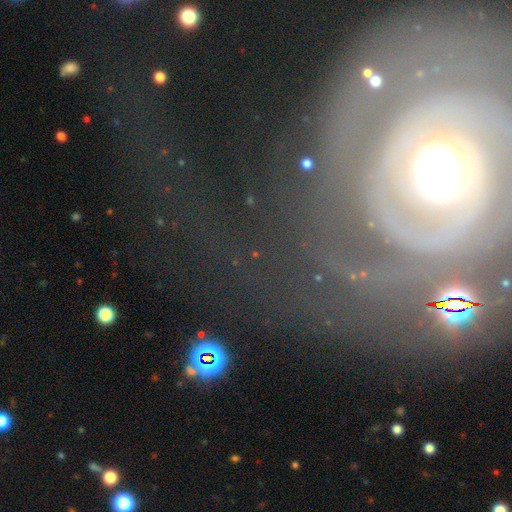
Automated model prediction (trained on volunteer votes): A featured or disk galaxy (77%) with no bar (72%), tight (63%) spiral arms (74%) and a moderate central bulge (60%). Merging: none (56%).